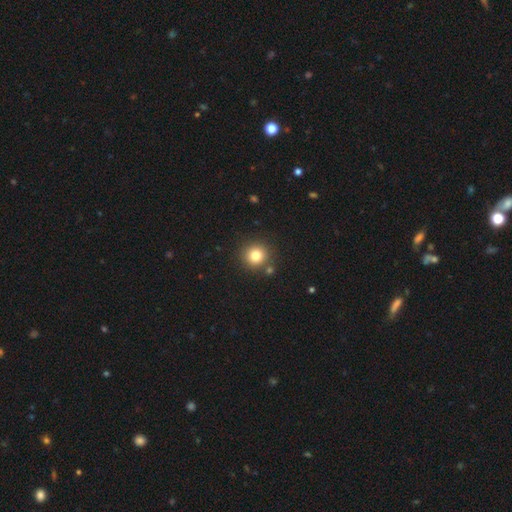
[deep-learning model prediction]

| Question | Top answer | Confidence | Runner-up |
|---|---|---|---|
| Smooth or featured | smooth | 80% | star or artifact (12%) |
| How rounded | round | 94% | in between (6%) |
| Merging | none | 84% | minor disturbance (7%) |